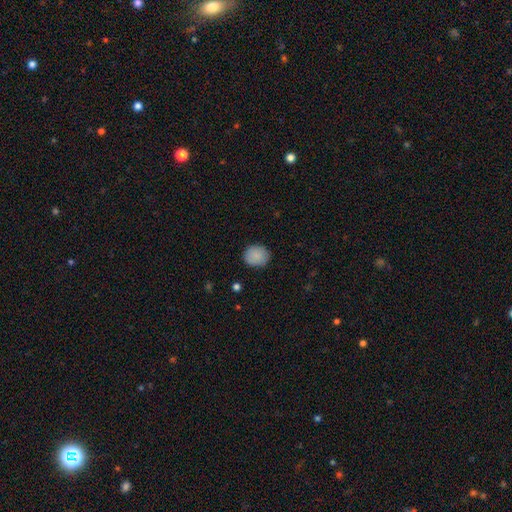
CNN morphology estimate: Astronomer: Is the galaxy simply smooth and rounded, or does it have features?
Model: smooth — 88%.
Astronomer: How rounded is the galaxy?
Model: round — 67%.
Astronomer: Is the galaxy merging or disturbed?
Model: none — 86%.